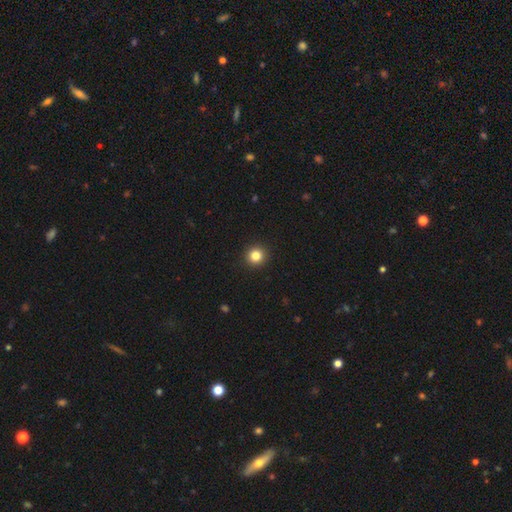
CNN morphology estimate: Smooth or featured? smooth (83%)
How rounded? round (95%)
Merging? none (93%)